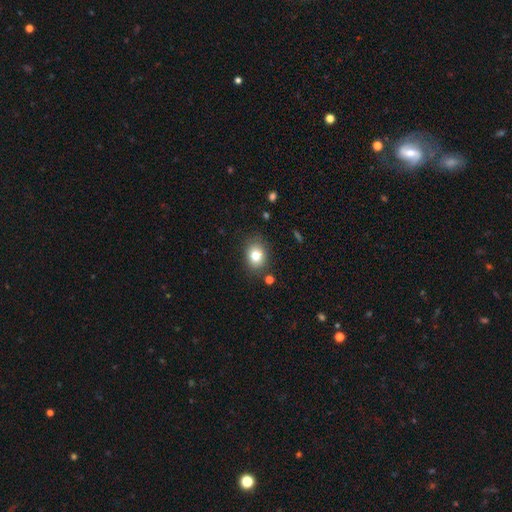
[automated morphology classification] type=smooth (79%); roundness=in between (54%); merging=none (82%).